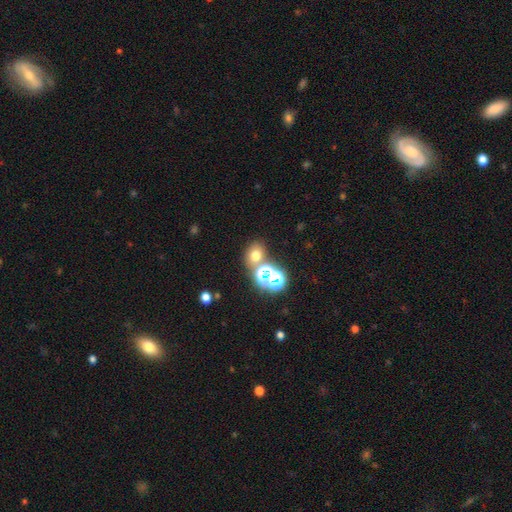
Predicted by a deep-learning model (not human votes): smooth-or-featured: smooth: 60% | star or artifact: 30% | featured or disk: 11%
  how-rounded: round: 55% | in between: 44% | cigar-shaped: 1%
  merging: none: 66% | merger: 20% | minor disturbance: 10% | major disturbance: 4%